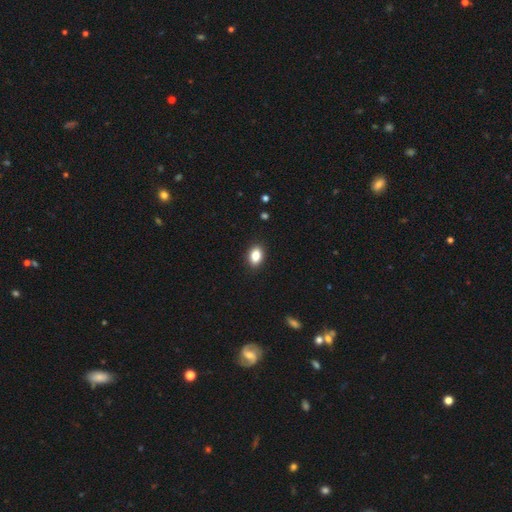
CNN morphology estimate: smooth 84%, star or artifact 9%, featured or disk 7%. Down the decision tree: how rounded — in between (81%); merging — none (90%).